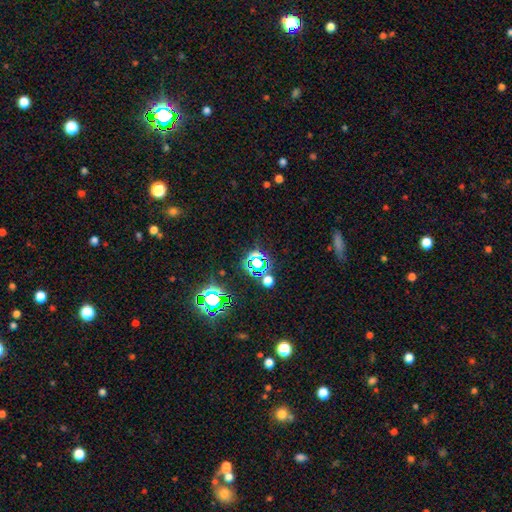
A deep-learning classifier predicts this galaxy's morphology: smooth-or-featured: star or artifact: 67% | smooth: 23% | featured or disk: 10%